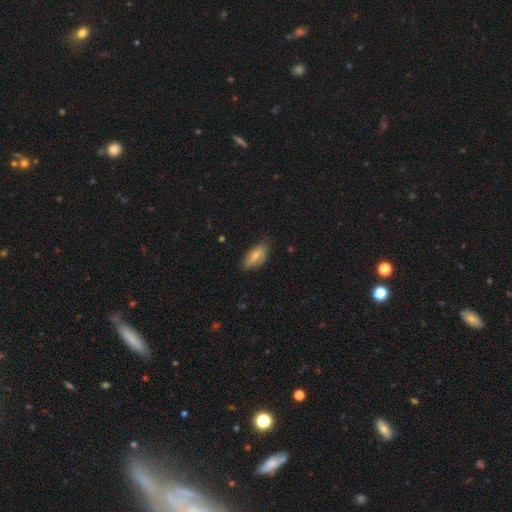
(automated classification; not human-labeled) Q: Smooth or featured?
A: smooth (70%); runner-up: featured or disk (24%)
Q: How rounded?
A: in between (89%); runner-up: cigar-shaped (8%)
Q: Merging?
A: none (68%); runner-up: minor disturbance (27%)